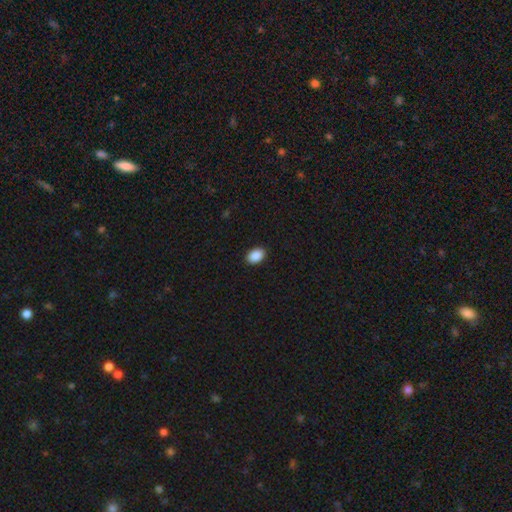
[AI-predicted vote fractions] This is clearly a smooth galaxy (90%). How rounded: clearly in between (83%). Merging: clearly none (91%).